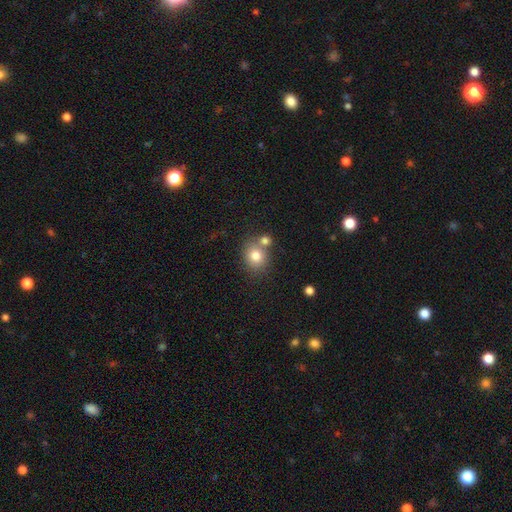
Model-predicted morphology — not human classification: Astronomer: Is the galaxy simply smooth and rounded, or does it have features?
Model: smooth — 78%.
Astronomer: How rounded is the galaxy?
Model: round — 73%.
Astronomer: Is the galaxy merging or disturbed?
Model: none — 58%.